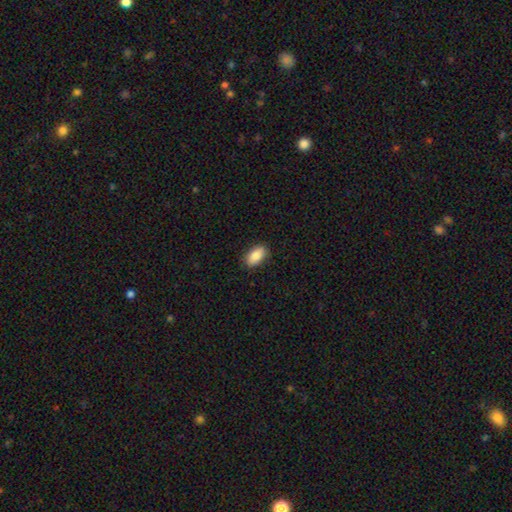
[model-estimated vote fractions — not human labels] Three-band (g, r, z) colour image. It shows a smooth galaxy with no disk features (86%) that is in between round and cigar-shaped (92%). Merging: none (88%).